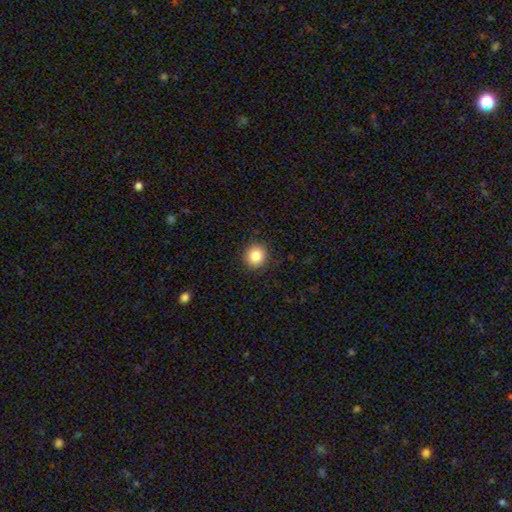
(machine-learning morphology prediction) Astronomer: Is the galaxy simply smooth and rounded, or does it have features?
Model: smooth — 84%.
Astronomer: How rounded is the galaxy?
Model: round — 91%.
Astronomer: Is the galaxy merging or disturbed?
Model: none — 91%.